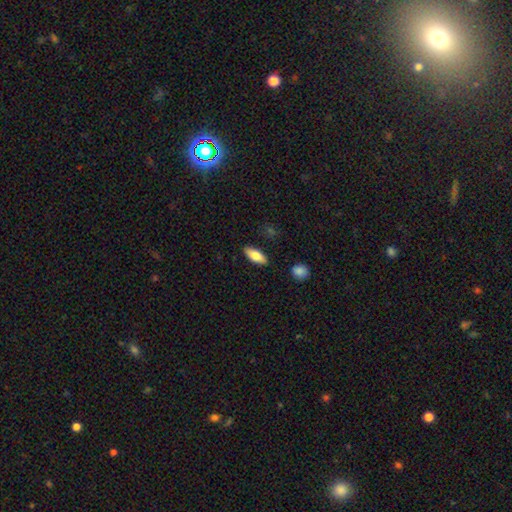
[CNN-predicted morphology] Smooth or featured? Predicted: smooth (p=0.75). How rounded? Predicted: in between (p=0.80). Merging? Predicted: none (p=0.87).